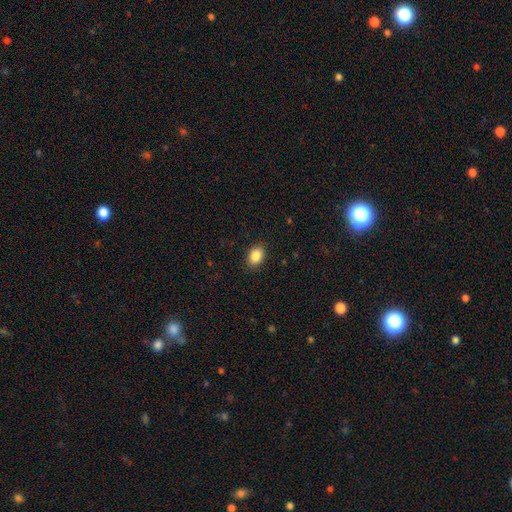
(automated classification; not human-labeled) A smooth galaxy with no disk features (87%) that is in between round and cigar-shaped (78%).

Vote fractions:
- Smooth or featured? smooth: 87% / star or artifact: 8% / featured or disk: 5%
- How rounded? in between: 78% / round: 21% / cigar-shaped: 1%
- Merging? none: 88% / minor disturbance: 9% / major disturbance: 2% / merger: 1%